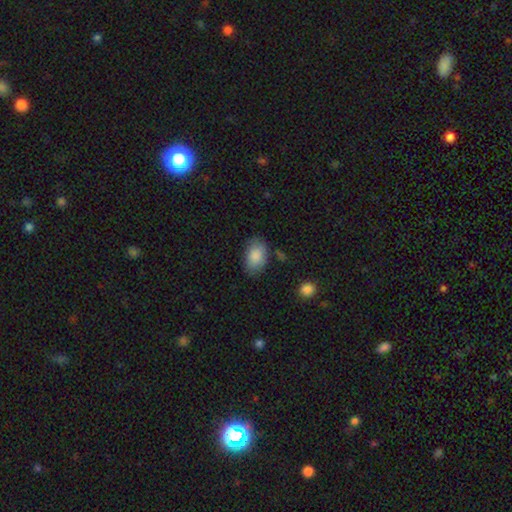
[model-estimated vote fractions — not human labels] Smooth or featured? smooth (87%)
How rounded? in between (89%)
Merging? none (77%)